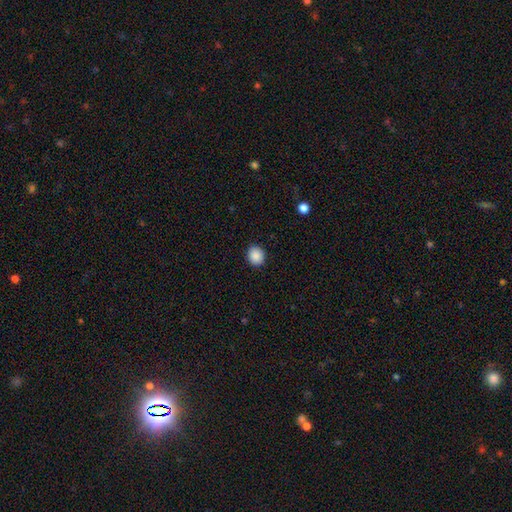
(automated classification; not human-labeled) Morphology: type=smooth (89%); roundness=round (79%); merging=none (91%).